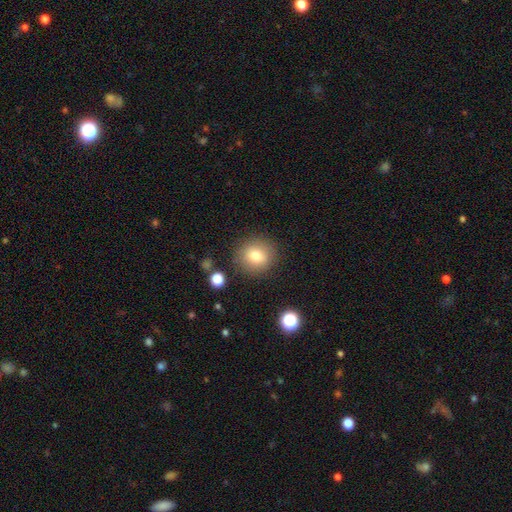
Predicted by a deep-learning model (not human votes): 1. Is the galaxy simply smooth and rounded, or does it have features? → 77% smooth, 11% featured or disk, 11% star or artifact.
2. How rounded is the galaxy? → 90% round, 9% in between, 1% cigar-shaped.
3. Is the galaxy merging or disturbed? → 86% none, 9% minor disturbance, 3% major disturbance, 2% merger.